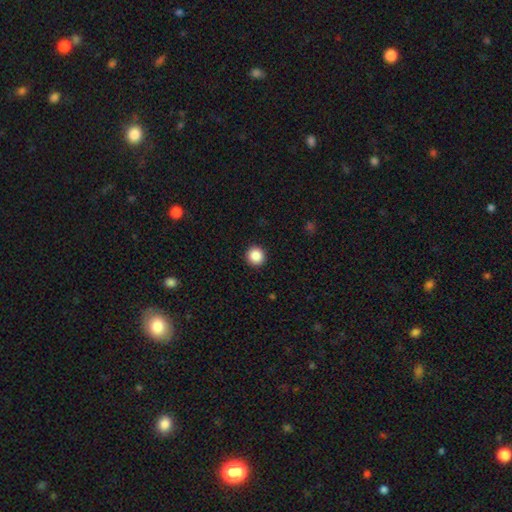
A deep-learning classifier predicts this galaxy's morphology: Smooth or featured? Predicted: smooth (p=0.88). How rounded? Predicted: round (p=0.95). Merging? Predicted: none (p=0.93).